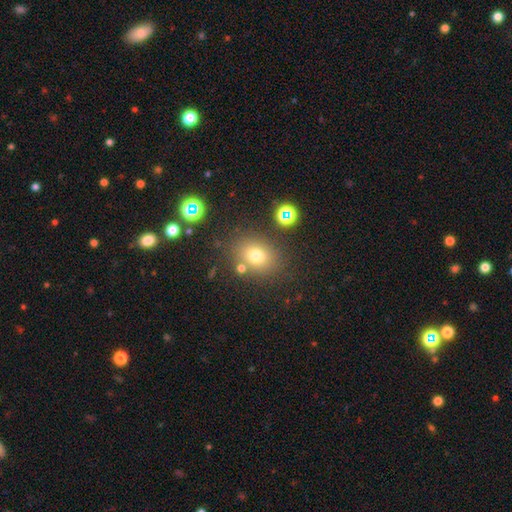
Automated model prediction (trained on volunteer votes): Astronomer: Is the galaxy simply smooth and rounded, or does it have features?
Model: smooth — 72%.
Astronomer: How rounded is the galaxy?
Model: round — 59% (runner-up: in between, 40%).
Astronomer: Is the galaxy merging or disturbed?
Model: none — 78%.